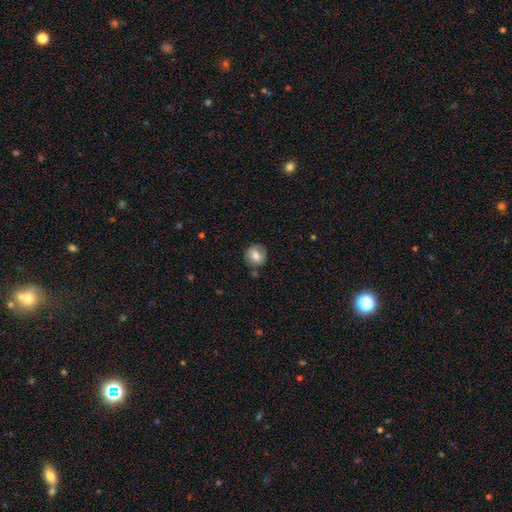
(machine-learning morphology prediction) smooth_or_featured: smooth (p=0.74) [alt: featured or disk p=0.18]
how_rounded: round (p=0.88) [alt: in between p=0.11]
merging: none (p=0.79) [alt: minor disturbance p=0.14]